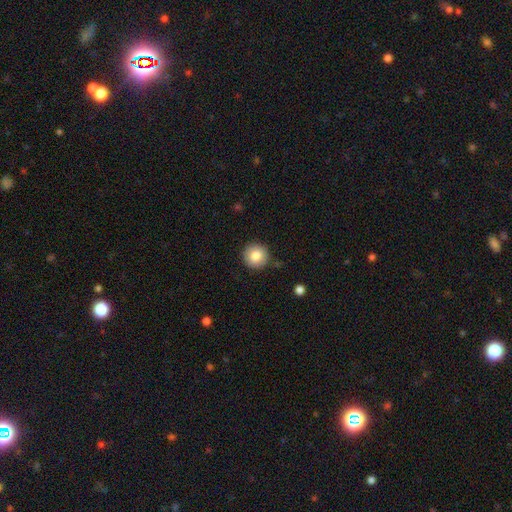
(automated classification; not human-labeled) smooth-or-featured: smooth: 83% | star or artifact: 8% | featured or disk: 8%
  how-rounded: round: 94% | in between: 5% | cigar-shaped: 1%
  merging: none: 87% | minor disturbance: 9% | major disturbance: 2% | merger: 2%